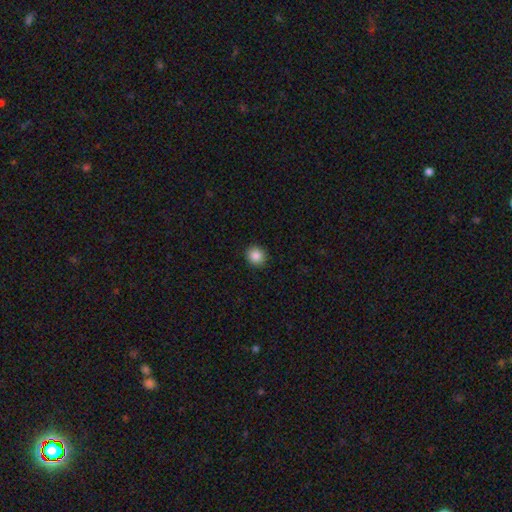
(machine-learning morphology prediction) A smooth galaxy with no disk features (85%) that is round (87%). Merging: none (92%).